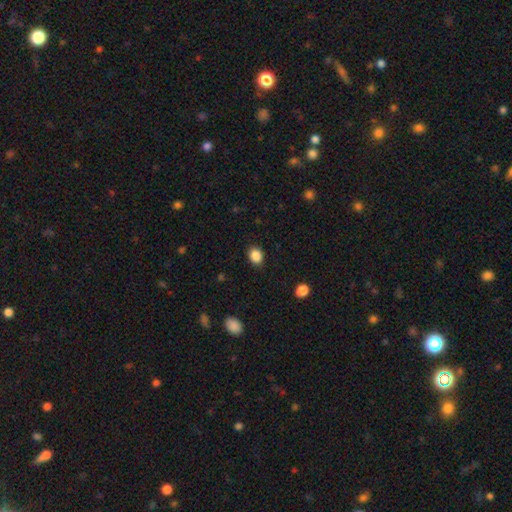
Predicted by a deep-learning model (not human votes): Smooth or featured: smooth — 87% (star or artifact — 10%)
How rounded: in between — 51% (round — 48%)
Merging: none — 88% (minor disturbance — 8%)